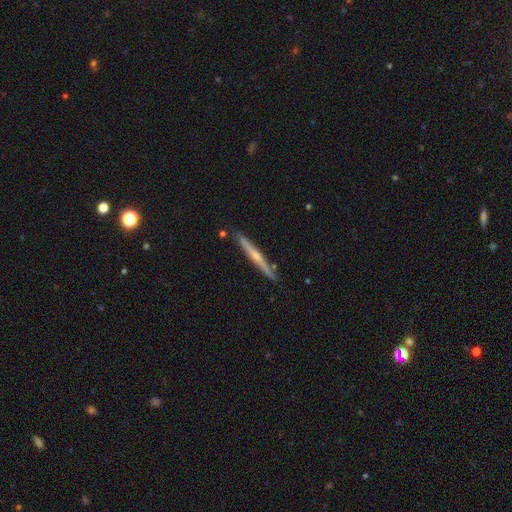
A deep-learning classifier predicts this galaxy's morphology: Overall: featured or disk (67%; smooth 27%). Edge-on disk: yes (98%). Edge-on bulge: rounded (65%; none 29%). Merging: none (88%).